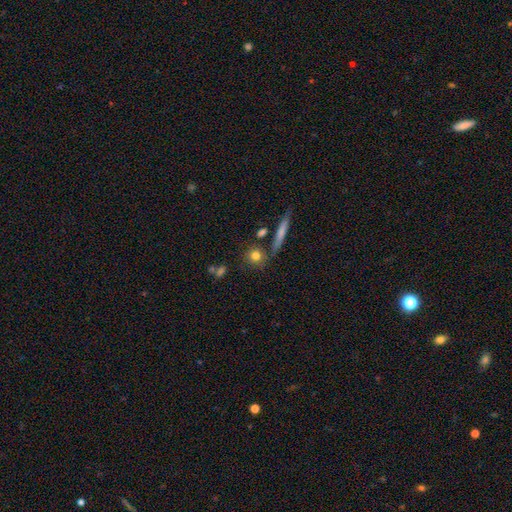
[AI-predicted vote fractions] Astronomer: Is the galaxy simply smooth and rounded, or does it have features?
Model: smooth — 76%.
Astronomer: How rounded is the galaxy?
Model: round — 82%.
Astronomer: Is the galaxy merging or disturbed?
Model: none — 75%.